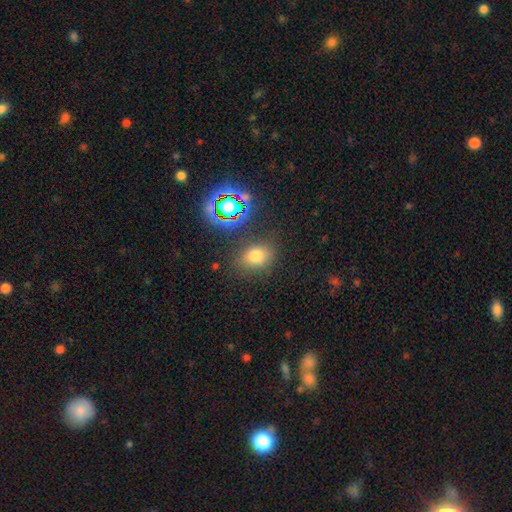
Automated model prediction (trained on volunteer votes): This appears to be a smooth galaxy with no disk features (70%) that is in between round and cigar-shaped (61%). Merging: none (79%).